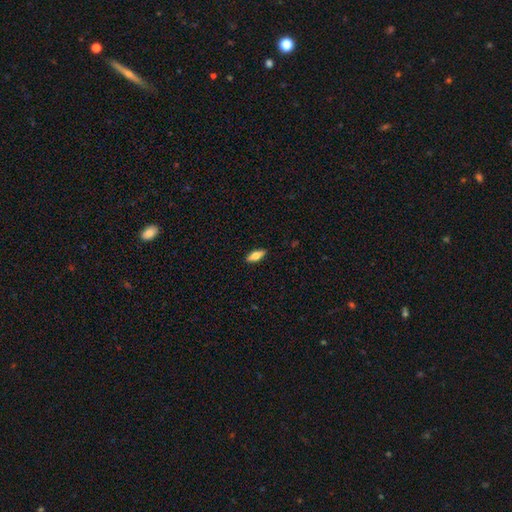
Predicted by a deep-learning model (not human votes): Smooth or featured: smooth — 64% (featured or disk — 30%)
How rounded: in between — 70% (cigar-shaped — 27%)
Merging: none — 89% (minor disturbance — 9%)